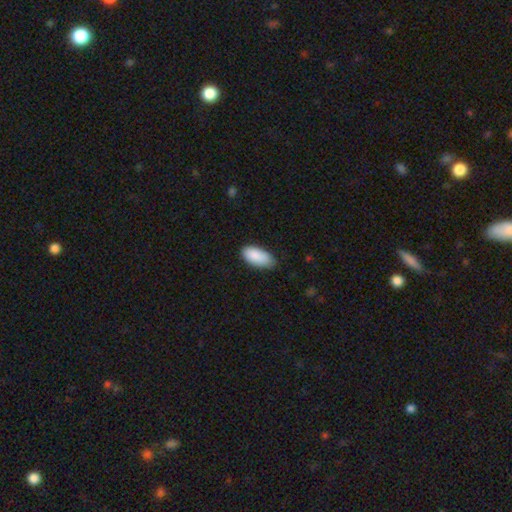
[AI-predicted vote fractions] A smooth galaxy with no disk features (89%) that is in between round and cigar-shaped (92%).

Vote fractions:
- Smooth or featured? smooth: 89% / star or artifact: 6% / featured or disk: 5%
- How rounded? in between: 92% / cigar-shaped: 6% / round: 2%
- Merging? none: 72% / minor disturbance: 24% / major disturbance: 3% / merger: 1%